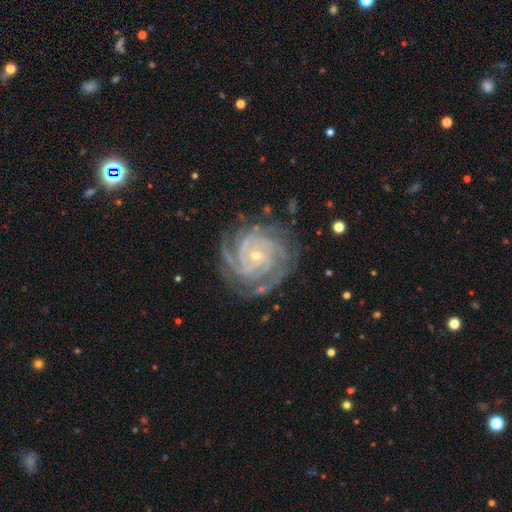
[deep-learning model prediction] Smooth or featured: featured or disk — 92% (star or artifact — 5%)
Edge-on disk: no — 98% (yes — 2%)
Bar: no — 68% (weak — 22%)
Spiral arms: yes — 99% (no — 1%)
Spiral winding: tight — 80% (medium — 18%)
Spiral arm count: 4 — 35% (3 — 24%)
Bulge size: small — 82% (moderate — 15%)
Merging: none — 78% (minor disturbance — 15%)